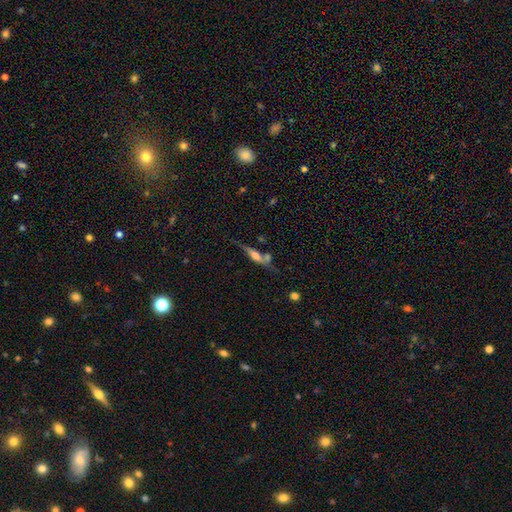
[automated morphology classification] This appears to be a featured or disk galaxy (52%) viewed edge-on (78%). Merging: none (43%).